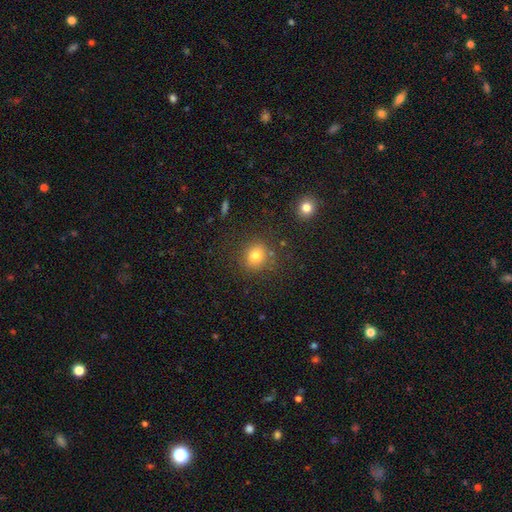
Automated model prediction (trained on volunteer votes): This appears to be a smooth galaxy with no disk features (78%) that is round (81%). Merging: none (82%).